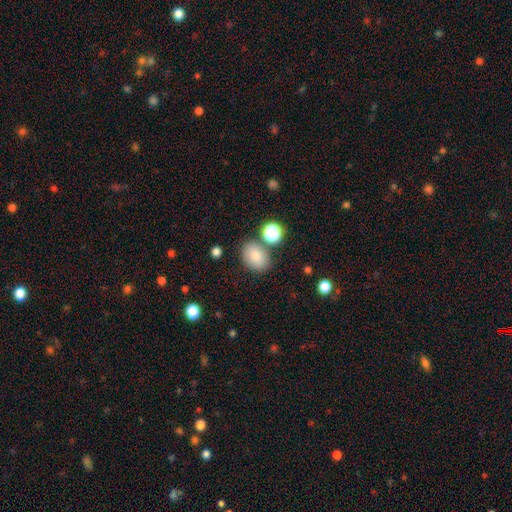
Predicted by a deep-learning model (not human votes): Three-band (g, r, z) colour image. It shows a smooth galaxy with no disk features (78%) that is in between round and cigar-shaped (62%). Merging: none (77%).